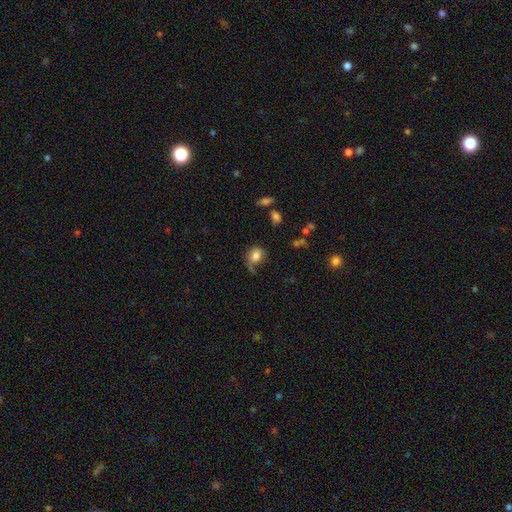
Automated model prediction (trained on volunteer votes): Q: Smooth or featured?
A: smooth (78%); runner-up: featured or disk (12%)
Q: How rounded?
A: round (55%); runner-up: in between (44%)
Q: Merging?
A: none (50%); runner-up: minor disturbance (27%)